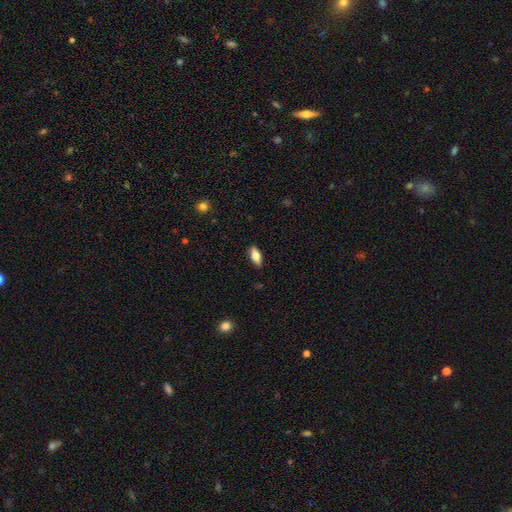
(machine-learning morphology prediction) This appears to be a smooth galaxy with no disk features (68%) that is in between round and cigar-shaped (80%). Merging: none (87%).